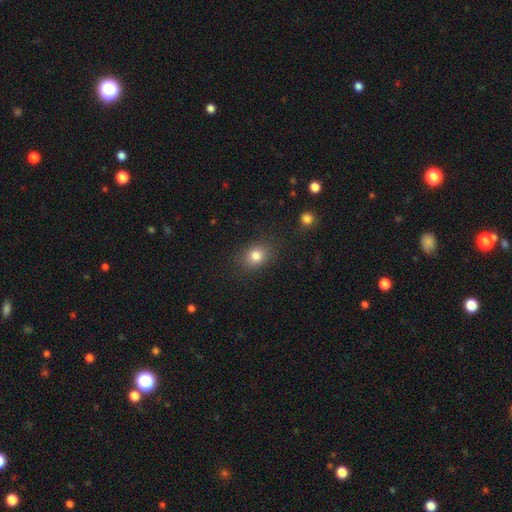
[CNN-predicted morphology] Smooth or featured? Predicted: smooth (p=0.81). How rounded? Predicted: round (p=0.50). Merging? Predicted: none (p=0.83).